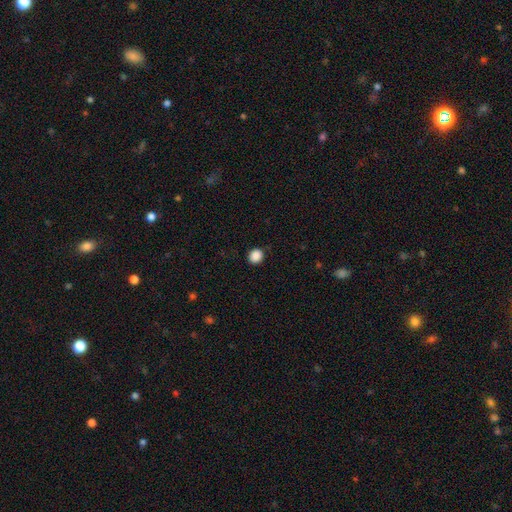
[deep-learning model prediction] smooth-or-featured: smooth: 88% | star or artifact: 10% | featured or disk: 2%
  how-rounded: round: 84% | in between: 15% | cigar-shaped: 1%
  merging: none: 90% | minor disturbance: 7% | major disturbance: 2% | merger: 1%